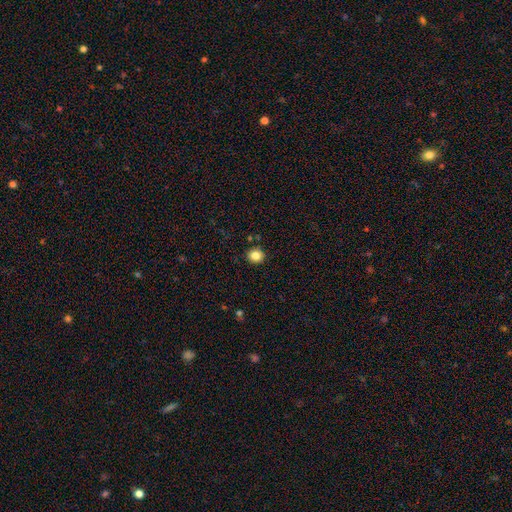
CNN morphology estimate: A smooth galaxy with no disk features (83%) that is round (88%). Merging: none (91%).